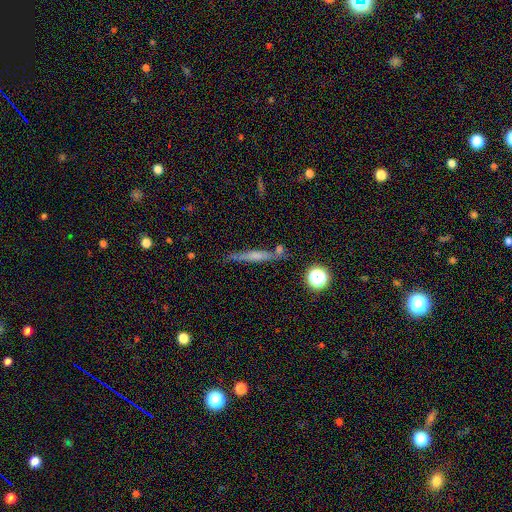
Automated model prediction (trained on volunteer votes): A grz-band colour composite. It shows a featured or disk galaxy (51%) viewed edge-on (94%). Merging: none (80%).